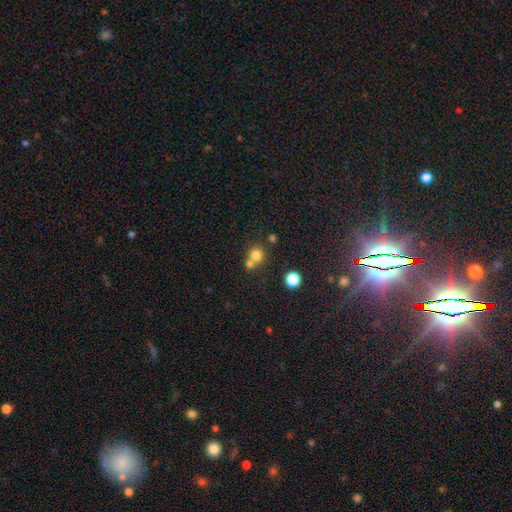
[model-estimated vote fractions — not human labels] This is likely a smooth galaxy (77%). How rounded: clearly round (87%). Merging: possibly none (48%).